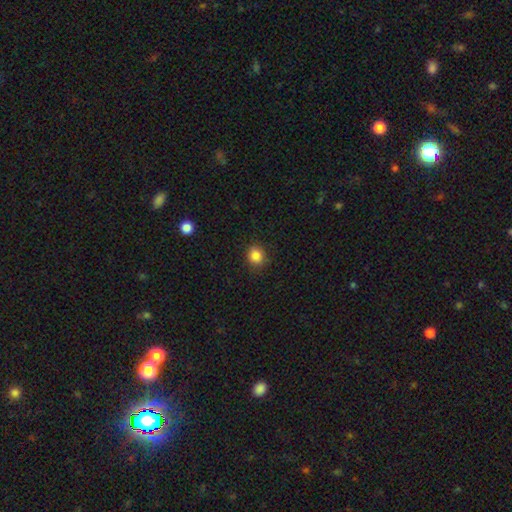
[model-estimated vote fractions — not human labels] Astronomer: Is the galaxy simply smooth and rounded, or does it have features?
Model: smooth — 85%.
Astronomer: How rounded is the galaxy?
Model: round — 80%.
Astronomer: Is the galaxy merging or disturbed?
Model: none — 87%.